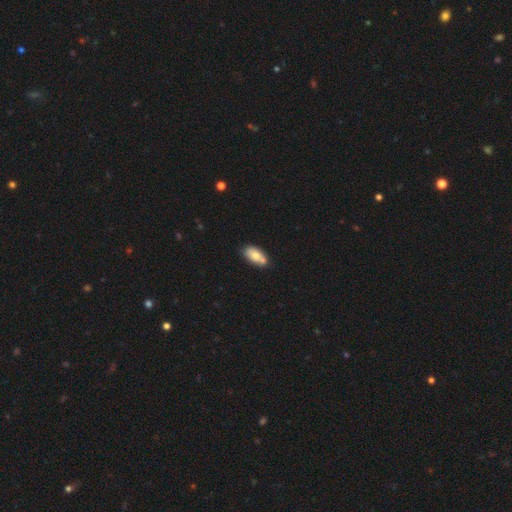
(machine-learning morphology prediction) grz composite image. It shows a smooth galaxy with no disk features (76%) that is in between round and cigar-shaped (91%). Merging: none (57%).